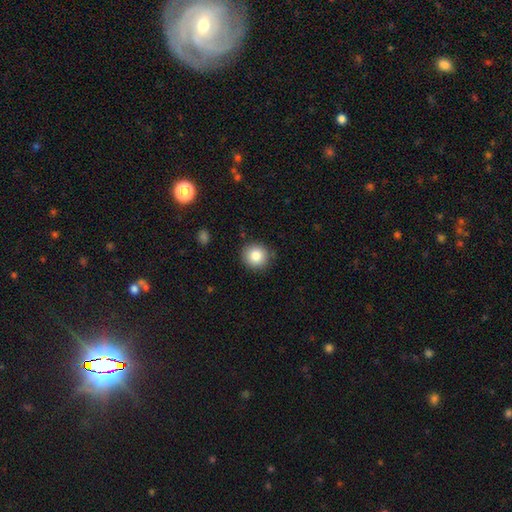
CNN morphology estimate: Q: Smooth or featured?
A: smooth (84%); runner-up: star or artifact (9%)
Q: How rounded?
A: round (91%); runner-up: in between (8%)
Q: Merging?
A: none (88%); runner-up: minor disturbance (9%)